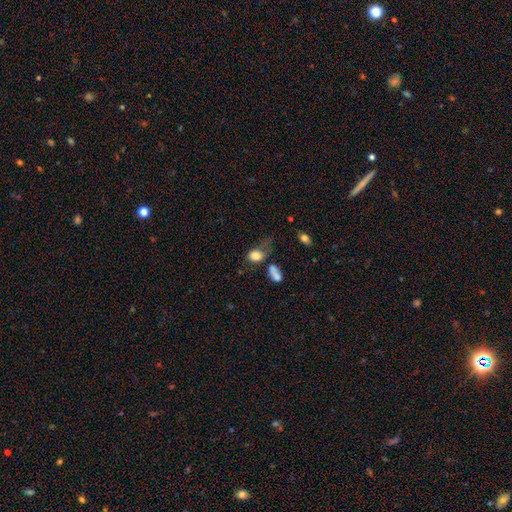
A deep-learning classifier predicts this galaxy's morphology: smooth_or_featured: smooth (p=0.80) [alt: featured or disk p=0.10]
how_rounded: in between (p=0.69) [alt: round p=0.29]
merging: major disturbance (p=0.31) [alt: none p=0.27]